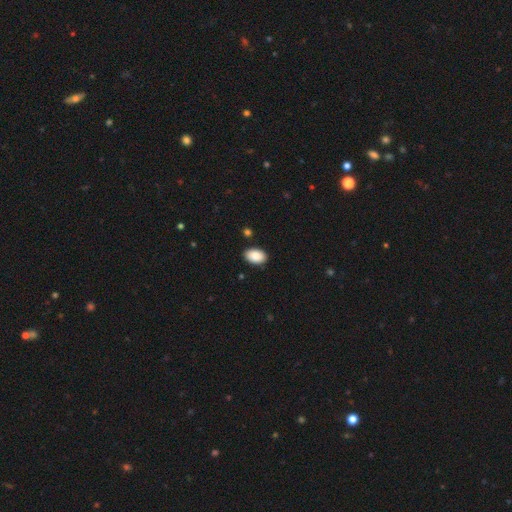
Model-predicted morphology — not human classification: Overall: smooth (87%). How rounded: in between (91%). Merging: none (88%).